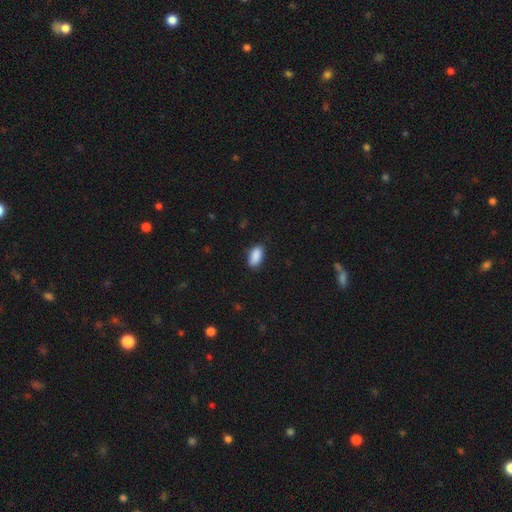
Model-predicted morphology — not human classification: This appears to be a smooth galaxy with no disk features (90%) that is in between round and cigar-shaped (92%). Merging: none (83%).